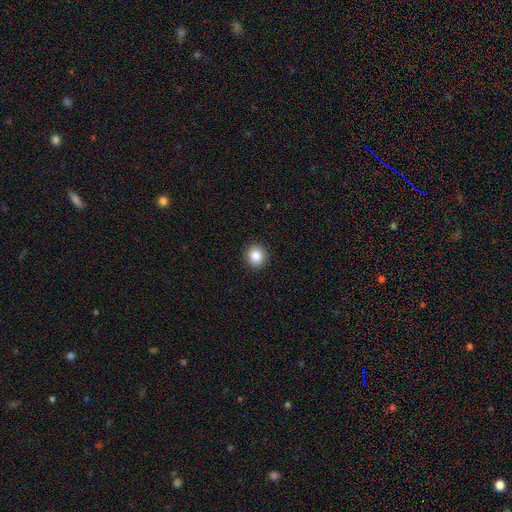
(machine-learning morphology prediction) Smooth or featured: smooth — 85% (star or artifact — 10%)
How rounded: round — 88% (in between — 11%)
Merging: none — 92% (minor disturbance — 5%)